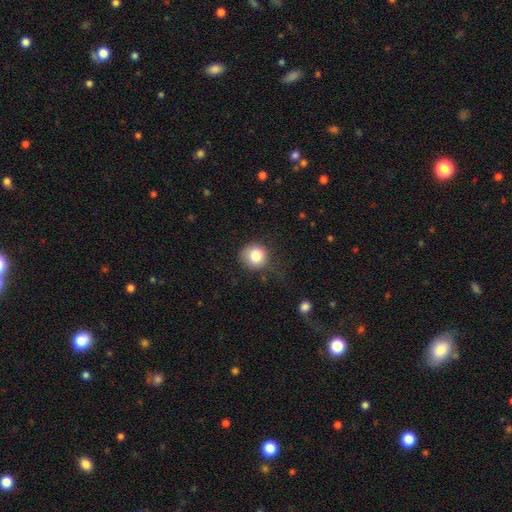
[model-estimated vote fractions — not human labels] smooth_or_featured: smooth (p=0.82) [alt: star or artifact p=0.10]
how_rounded: round (p=0.88) [alt: in between p=0.11]
merging: none (p=0.71) [alt: minor disturbance p=0.20]